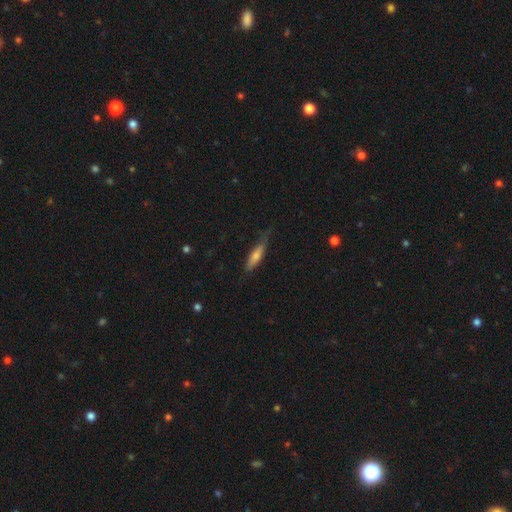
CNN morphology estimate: Smooth or featured? smooth (59%)
How rounded? cigar-shaped (77%)
Merging? none (61%)